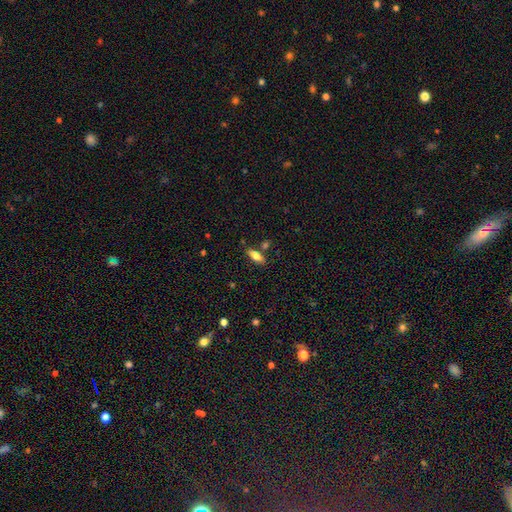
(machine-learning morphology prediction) This is likely a smooth galaxy (76%). How rounded: likely in between (74%). Merging: likely none (78%).